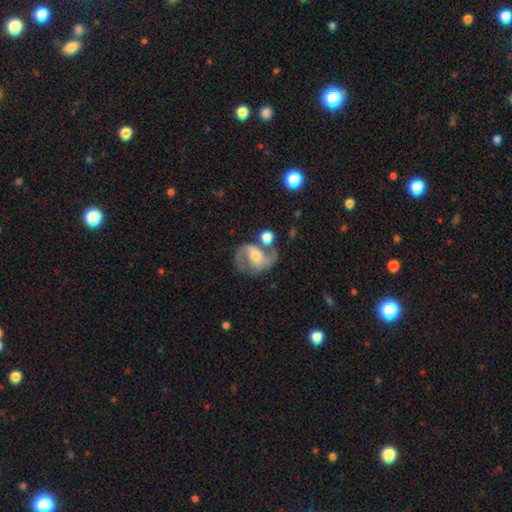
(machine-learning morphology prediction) Overall: featured or disk (83%). Edge-on disk: no (98%). Bar: weak (43%; no 33%). Spiral arms: yes (94%). Spiral arm count: 2 (91%). Spiral winding: medium (52%; loose 35%). Bulge size: moderate (49%; small 39%). Merging: none (61%).